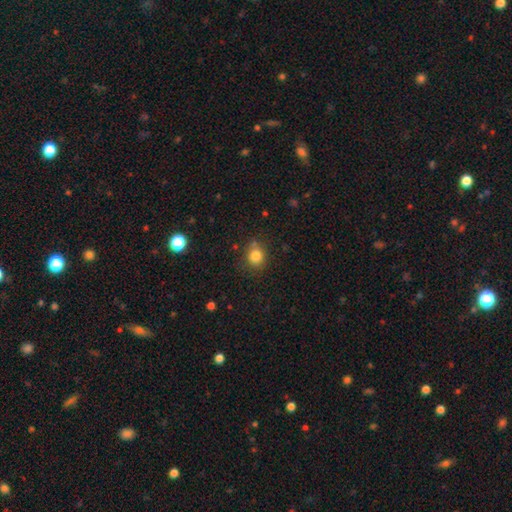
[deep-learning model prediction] This appears to be a smooth galaxy with no disk features (82%) that is round (78%). Merging: none (77%).